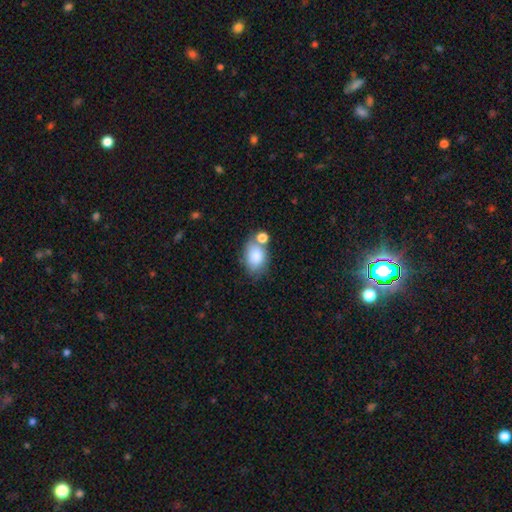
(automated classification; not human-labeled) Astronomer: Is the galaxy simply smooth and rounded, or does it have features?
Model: smooth — 82%.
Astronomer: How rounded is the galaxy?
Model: in between — 83%.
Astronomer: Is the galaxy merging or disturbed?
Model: none — 48% (runner-up: merger, 26%).